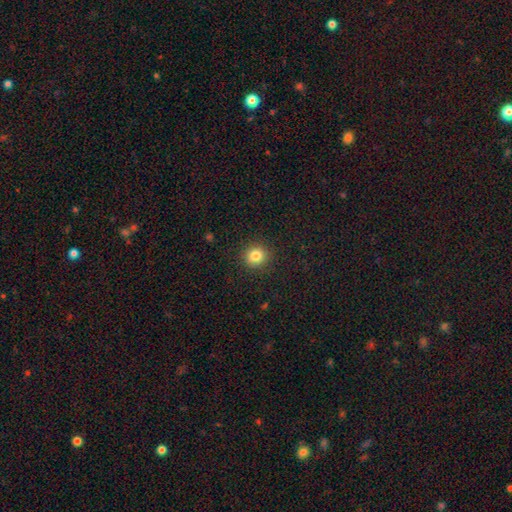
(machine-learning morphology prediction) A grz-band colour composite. It shows a smooth galaxy with no disk features (83%) that is round (90%). Merging: none (91%).